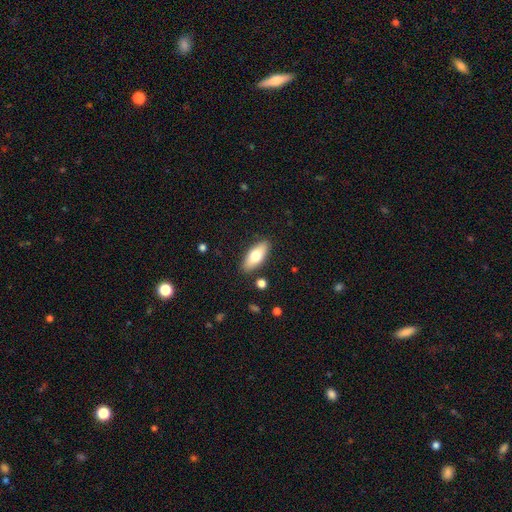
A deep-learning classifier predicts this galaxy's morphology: smooth-or-featured: smooth: 69% | featured or disk: 25% | star or artifact: 6%
  how-rounded: in between: 76% | cigar-shaped: 21% | round: 2%
  merging: none: 87% | minor disturbance: 9% | major disturbance: 2% | merger: 2%